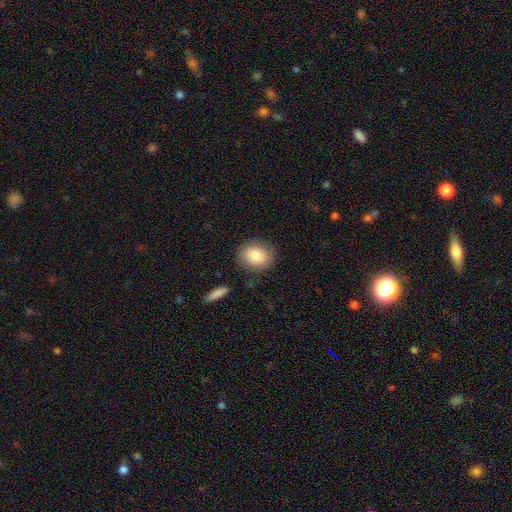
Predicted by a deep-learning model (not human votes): Smooth or featured? Predicted: smooth (p=0.83). How rounded? Predicted: round (p=0.58). Merging? Predicted: none (p=0.84).